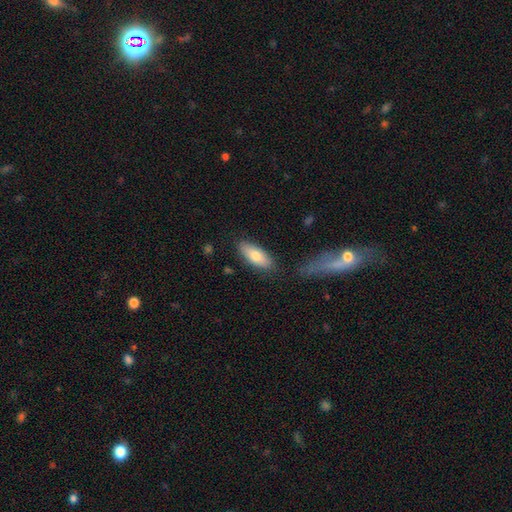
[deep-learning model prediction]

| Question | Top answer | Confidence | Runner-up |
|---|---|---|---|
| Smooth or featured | smooth | 77% | featured or disk (17%) |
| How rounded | in between | 79% | cigar-shaped (19%) |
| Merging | none | 81% | minor disturbance (13%) |